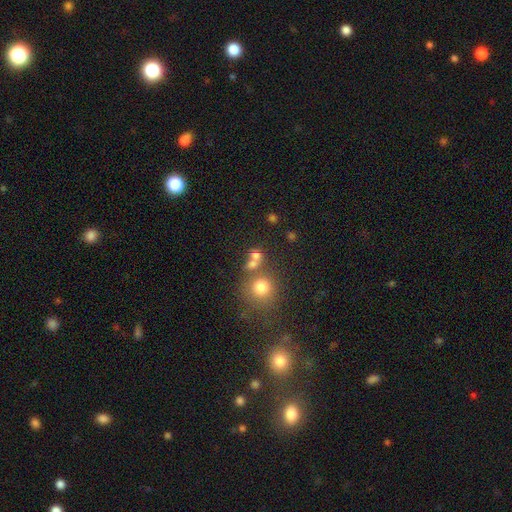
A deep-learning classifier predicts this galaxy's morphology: Smooth or featured? Predicted: smooth (p=0.69). How rounded? Predicted: round (p=0.75). Merging? Predicted: none (p=0.43, tied with merger).